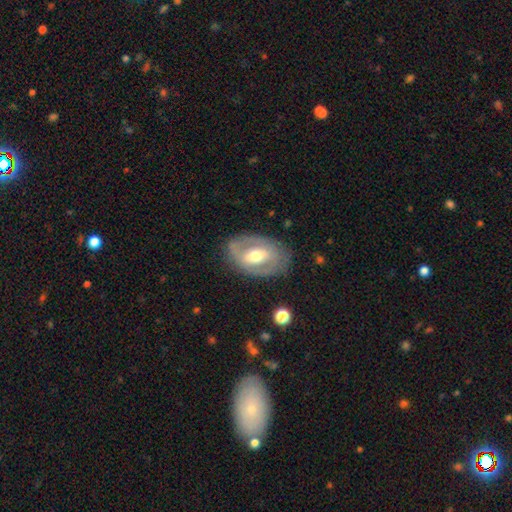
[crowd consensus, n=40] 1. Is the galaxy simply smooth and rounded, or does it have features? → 65% featured or disk, 25% smooth, 10% star or artifact.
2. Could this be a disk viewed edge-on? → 96% no, 4% yes.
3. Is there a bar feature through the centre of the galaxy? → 44% weak, 36% no, 20% strong.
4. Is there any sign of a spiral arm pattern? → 56% no, 44% yes.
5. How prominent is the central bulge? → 88% moderate, 8% small, 4% large, 0% dominant, 0% none.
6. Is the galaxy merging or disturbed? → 81% none, 17% minor disturbance, 3% major disturbance, 0% merger.